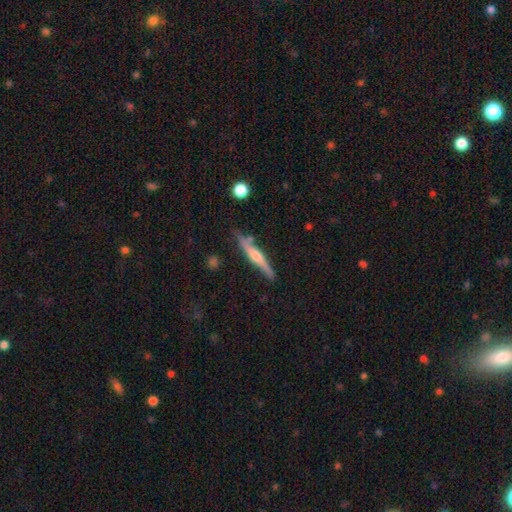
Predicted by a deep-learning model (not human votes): Smooth or featured? Predicted: featured or disk (p=0.65). Edge-on disk? Predicted: yes (p=0.96). Edge-on bulge? Predicted: rounded (p=0.83). Merging? Predicted: none (p=0.80).